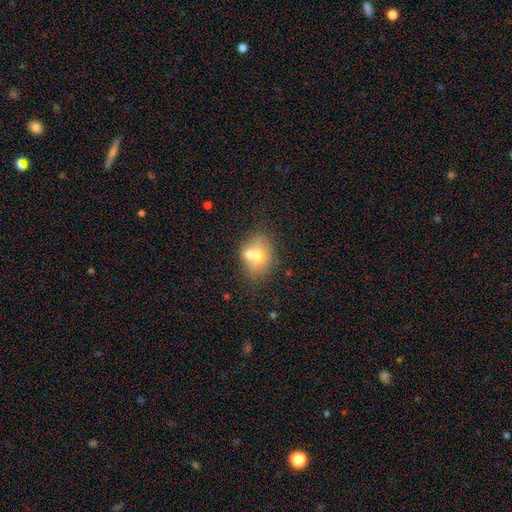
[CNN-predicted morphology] This appears to be a smooth galaxy with no disk features (62%) that is in between round and cigar-shaped (51%). Merging: merger (47%).